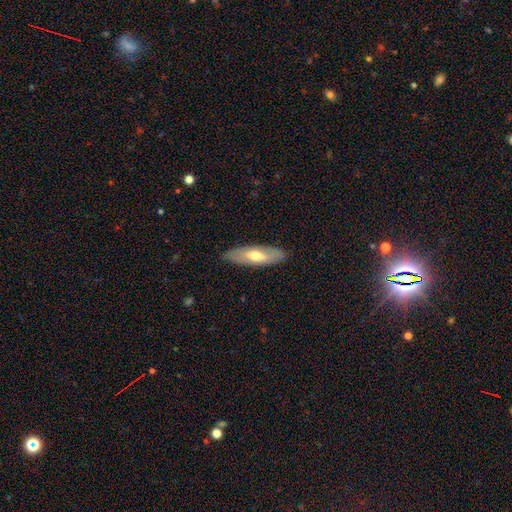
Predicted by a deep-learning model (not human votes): Morphology: type=smooth (52%); roundness=in between (55%); merging=none (86%).